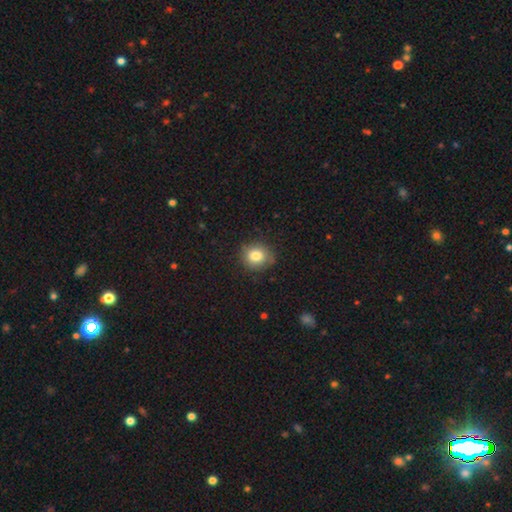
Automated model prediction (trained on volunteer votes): Morphology: type=smooth (81%); roundness=round (80%); merging=none (82%).